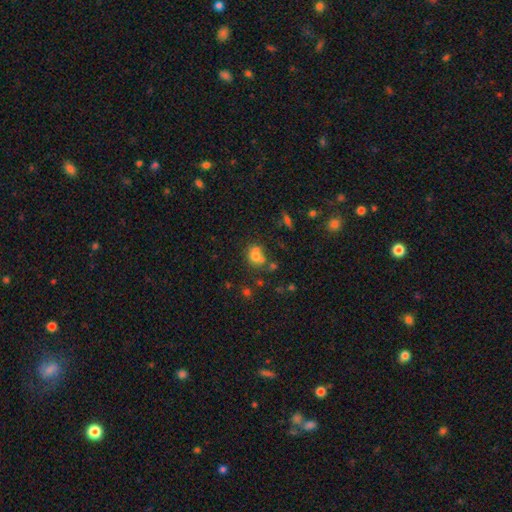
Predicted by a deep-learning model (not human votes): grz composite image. It shows a smooth galaxy with no disk features (66%) that is round (62%). Merging: none (43%).